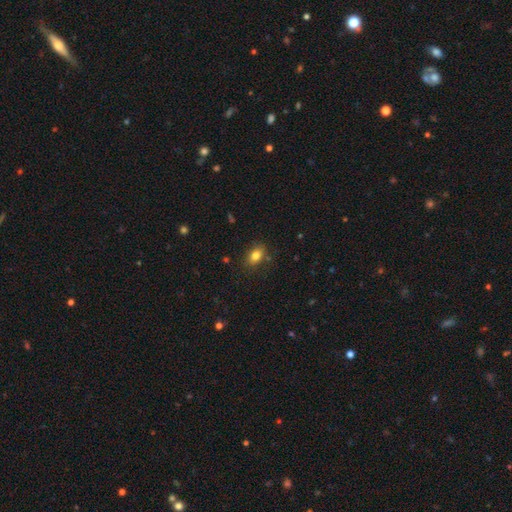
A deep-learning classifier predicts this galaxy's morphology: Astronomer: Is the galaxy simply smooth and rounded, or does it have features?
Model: smooth — 81%.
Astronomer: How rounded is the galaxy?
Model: in between — 81%.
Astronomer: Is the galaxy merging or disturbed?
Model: none — 83%.